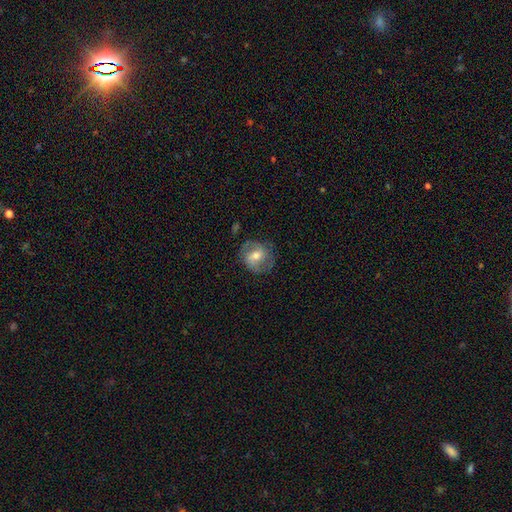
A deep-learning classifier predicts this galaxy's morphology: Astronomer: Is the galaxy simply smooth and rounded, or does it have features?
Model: featured or disk — 60%.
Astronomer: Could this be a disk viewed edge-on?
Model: no — 97%.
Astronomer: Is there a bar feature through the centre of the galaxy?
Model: weak — 46% (runner-up: no, 31%).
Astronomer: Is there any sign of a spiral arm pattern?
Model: yes — 82%.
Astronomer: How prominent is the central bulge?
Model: moderate — 66%.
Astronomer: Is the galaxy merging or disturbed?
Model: none — 73%.